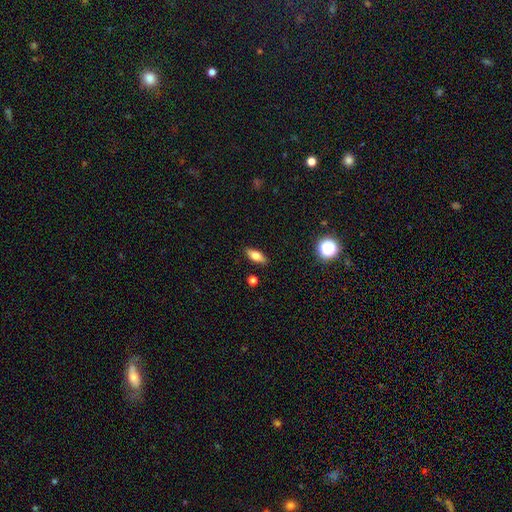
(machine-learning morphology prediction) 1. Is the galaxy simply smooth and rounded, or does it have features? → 65% smooth, 26% featured or disk, 9% star or artifact.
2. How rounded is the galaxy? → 73% in between, 23% cigar-shaped, 4% round.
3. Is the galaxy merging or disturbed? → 88% none, 9% minor disturbance, 2% major disturbance, 2% merger.